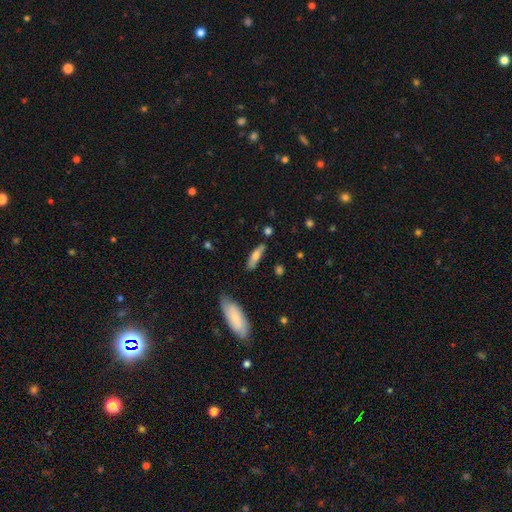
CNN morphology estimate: Smooth or featured? Predicted: smooth (p=0.64). How rounded? Predicted: cigar-shaped (p=0.58). Merging? Predicted: none (p=0.73).